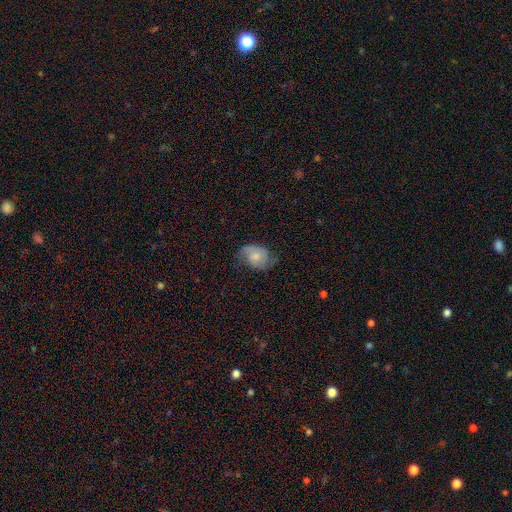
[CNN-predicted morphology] A featured or disk galaxy (54%) with no bar (67%), spiral arms (88%) and a moderate central bulge (45%). Merging: none (61%).